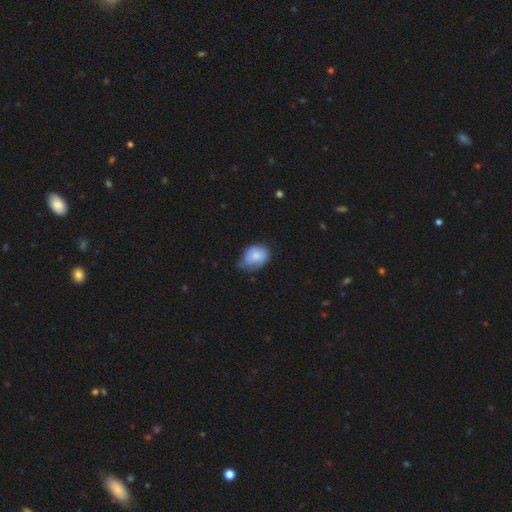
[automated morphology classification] smooth-or-featured: smooth: 69% | featured or disk: 24% | star or artifact: 7%
  how-rounded: in between: 64% | round: 35% | cigar-shaped: 1%
  merging: minor disturbance: 44% | none: 39% | major disturbance: 15% | merger: 2%